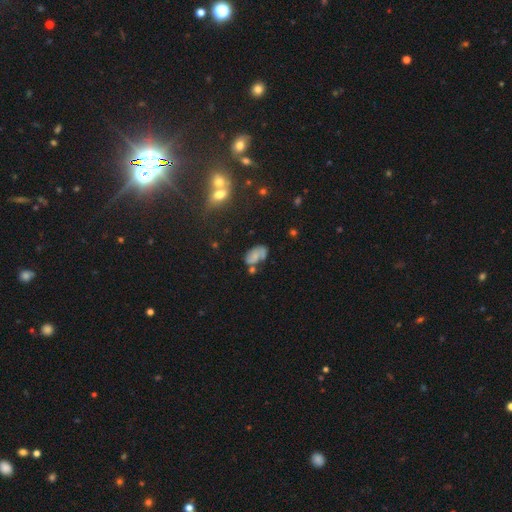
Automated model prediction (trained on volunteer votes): Smooth or featured: smooth — 50% (featured or disk — 37%)
How rounded: in between — 91% (round — 7%)
Merging: none — 47% (minor disturbance — 24%)